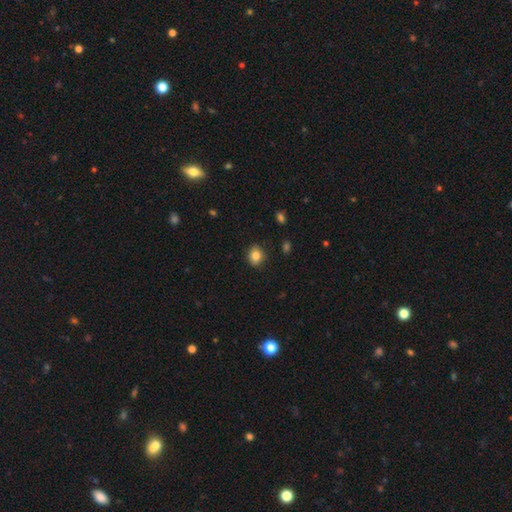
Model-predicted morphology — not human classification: smooth-or-featured: smooth: 83% | star or artifact: 10% | featured or disk: 7%
  how-rounded: round: 61% | in between: 38% | cigar-shaped: 1%
  merging: none: 85% | minor disturbance: 11% | major disturbance: 2% | merger: 1%